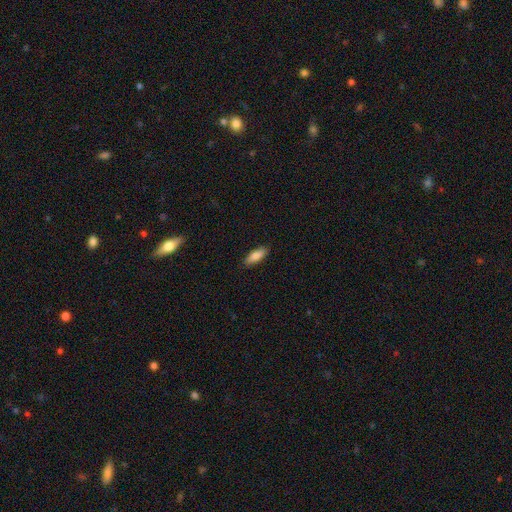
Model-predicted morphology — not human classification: This appears to be a smooth galaxy with no disk features (82%) that is in between round and cigar-shaped (61%). Merging: none (88%).